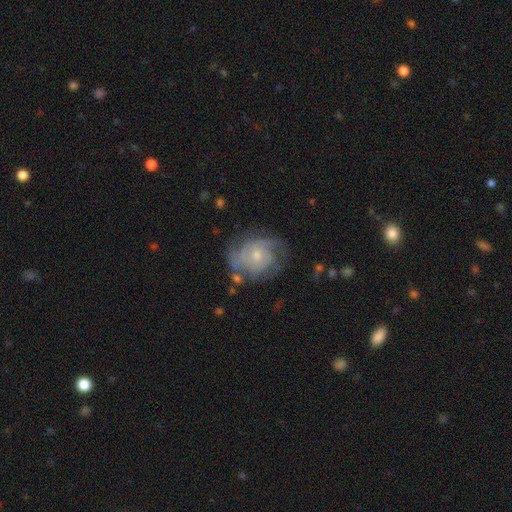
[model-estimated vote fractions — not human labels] smooth_or_featured: featured or disk (p=0.75) [alt: smooth p=0.19]
disk_edge_on: no (p=0.98) [alt: yes p=0.02]
bar: no (p=0.75) [alt: weak p=0.22]
has_spiral_arms: yes (p=0.89) [alt: no p=0.11]
spiral_winding: tight (p=0.52) [alt: medium p=0.36]
spiral_arm_count: can't tell (p=0.33) [alt: 2 p=0.30]
bulge_size: small (p=0.56) [alt: moderate p=0.38]
merging: none (p=0.62) [alt: minor disturbance p=0.22]